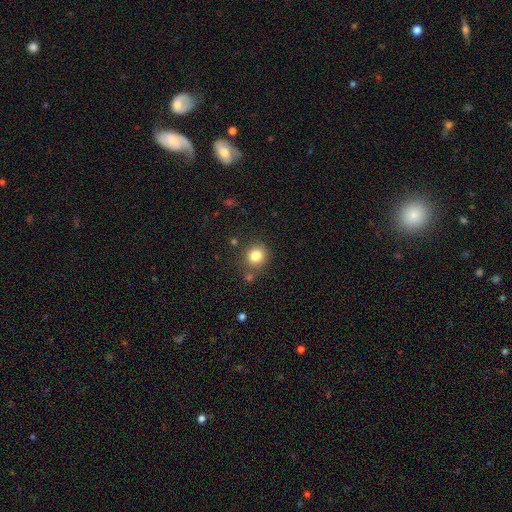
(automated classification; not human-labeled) The model was most divided on "merging": none: 80%, minor disturbance: 10%, merger: 7%, major disturbance: 3%. More confident: how rounded — round (88%); smooth or featured — smooth (82%).